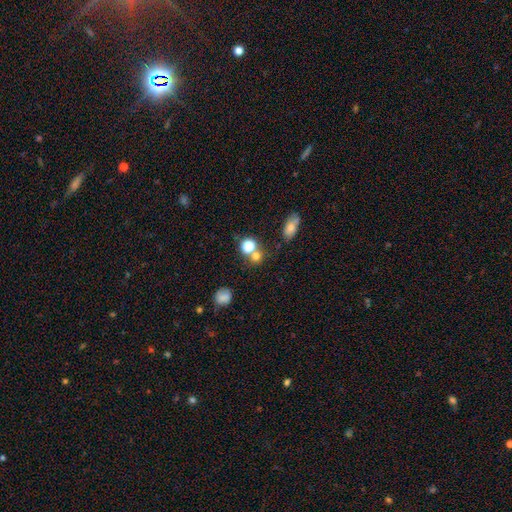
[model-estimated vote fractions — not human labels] Morphology: type=smooth (71%); roundness=round (83%); merging=none (56%).